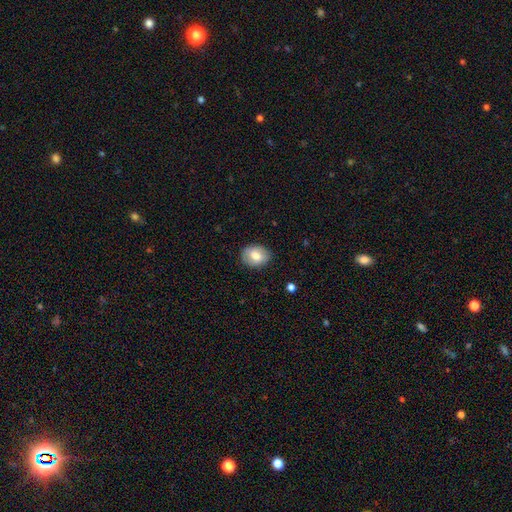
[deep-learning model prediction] smooth 76%, featured or disk 16%, star or artifact 7%. Down the decision tree: how rounded — in between (62%); merging — none (85%).